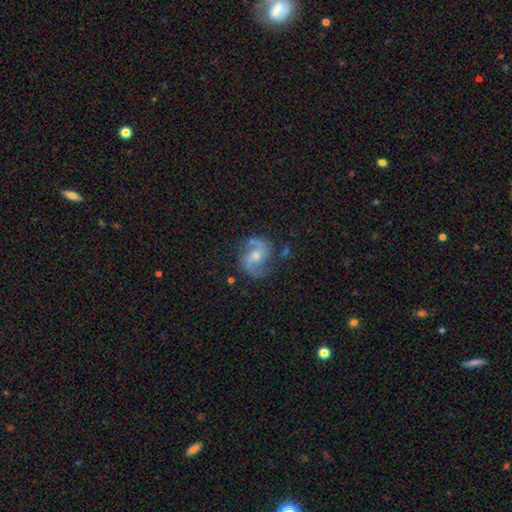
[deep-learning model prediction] This is clearly a featured or disk galaxy (83%). It is clearly not viewed edge-on (98%). Bar: possibly no (49%). Spiral arm pattern: clearly yes (95%). Spiral arm count: clearly 2 (92%). Spiral winding: possibly medium (47%). Central bulge: possibly moderate (57%). Merging: likely none (74%).